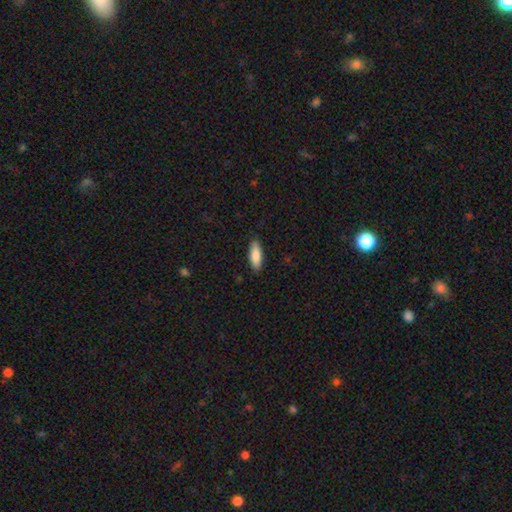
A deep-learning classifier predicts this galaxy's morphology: type=smooth (85%); roundness=in between (64%); merging=none (87%).